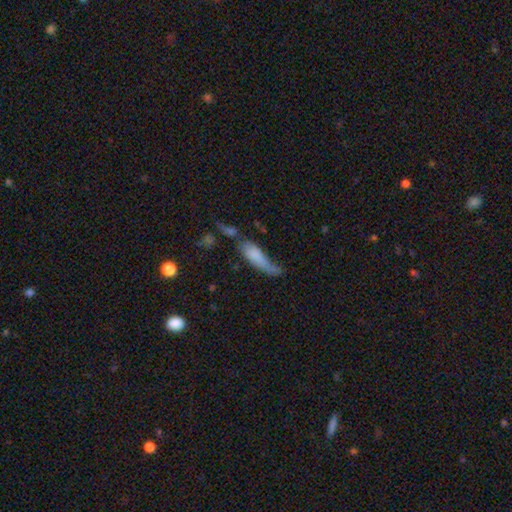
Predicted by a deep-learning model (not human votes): Smooth or featured? smooth (69%)
How rounded? cigar-shaped (54%)
Merging? major disturbance (28%)